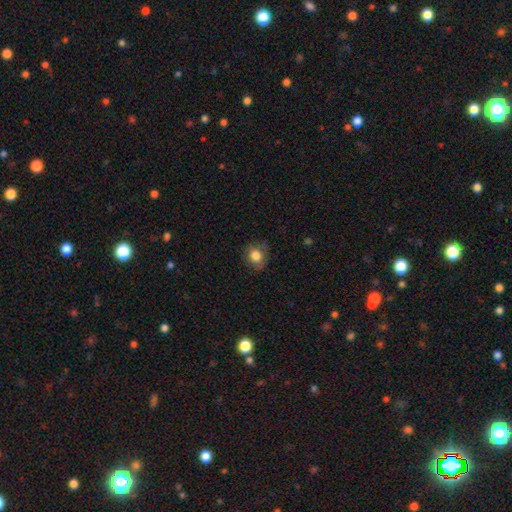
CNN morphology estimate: type=smooth (78%); roundness=round (65%); merging=none (75%).